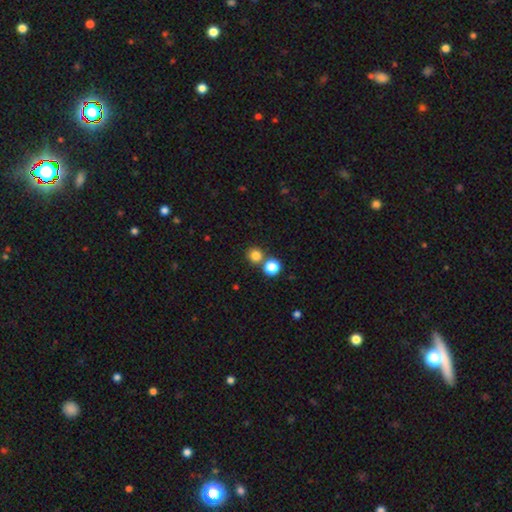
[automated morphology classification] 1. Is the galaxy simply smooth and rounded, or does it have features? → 80% smooth, 14% star or artifact, 5% featured or disk.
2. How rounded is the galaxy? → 92% round, 7% in between, 1% cigar-shaped.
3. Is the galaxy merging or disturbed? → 72% none, 19% merger, 6% minor disturbance, 2% major disturbance.